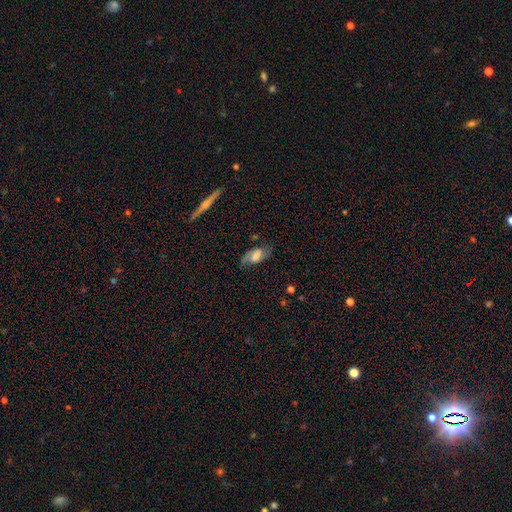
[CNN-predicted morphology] Smooth or featured? Predicted: featured or disk (p=0.55). Edge-on disk? Predicted: no (p=0.91). Bar? Predicted: weak (p=0.44). Spiral arms? Predicted: yes (p=0.83). Bulge size? Predicted: moderate (p=0.32). Merging? Predicted: none (p=0.67).